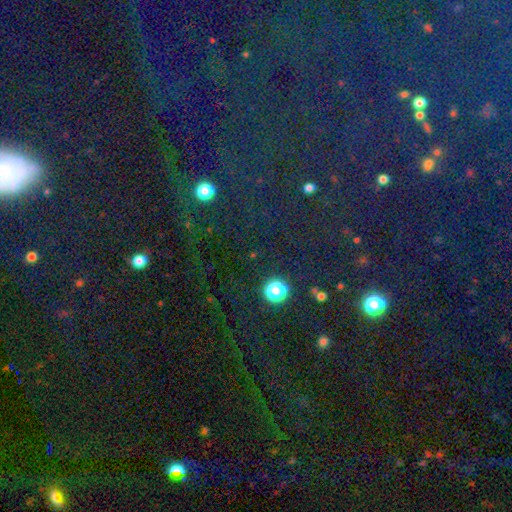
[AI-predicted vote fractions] Smooth or featured? star or artifact (75%)